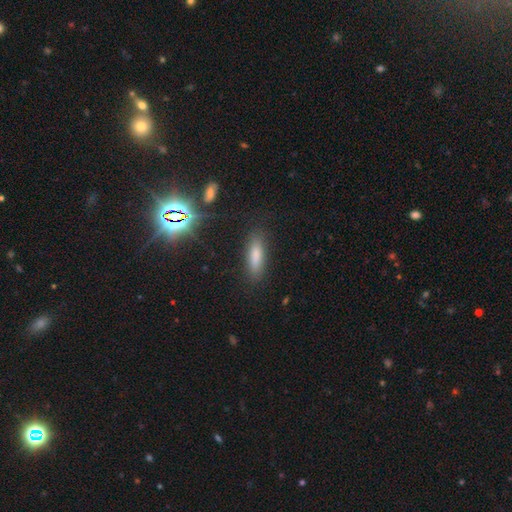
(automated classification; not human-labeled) smooth 77%, featured or disk 12%, star or artifact 11%. Down the decision tree: how rounded — cigar-shaped (58%); merging — none (84%).